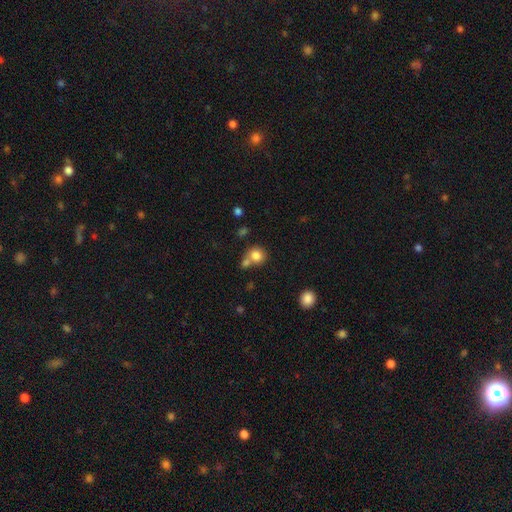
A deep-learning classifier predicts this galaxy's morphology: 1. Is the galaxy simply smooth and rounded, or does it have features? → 81% smooth, 10% star or artifact, 8% featured or disk.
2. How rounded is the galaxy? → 81% round, 18% in between, 1% cigar-shaped.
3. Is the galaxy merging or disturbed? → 50% none, 37% merger, 9% minor disturbance, 4% major disturbance.